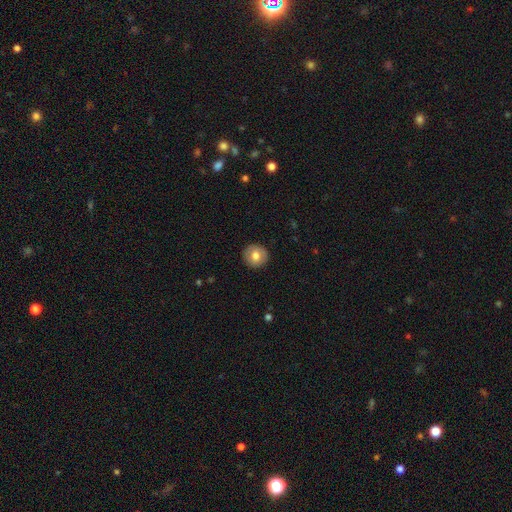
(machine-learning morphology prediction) smooth 76%, featured or disk 16%, star or artifact 8%. Down the decision tree: how rounded — round (92%); merging — none (90%).